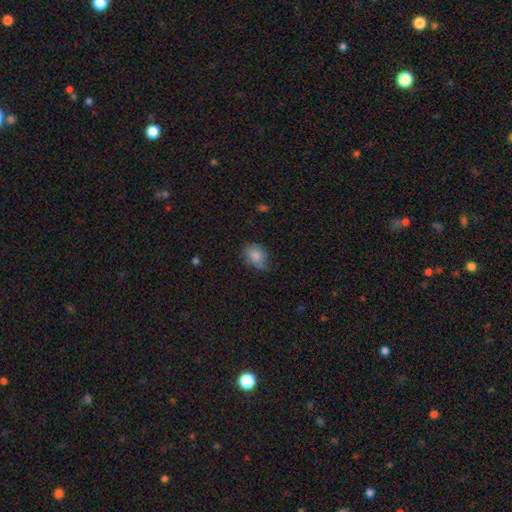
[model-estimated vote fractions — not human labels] smooth-or-featured: smooth: 80% | featured or disk: 11% | star or artifact: 9%
  how-rounded: in between: 68% | round: 30% | cigar-shaped: 1%
  merging: none: 54% | minor disturbance: 34% | major disturbance: 10% | merger: 2%